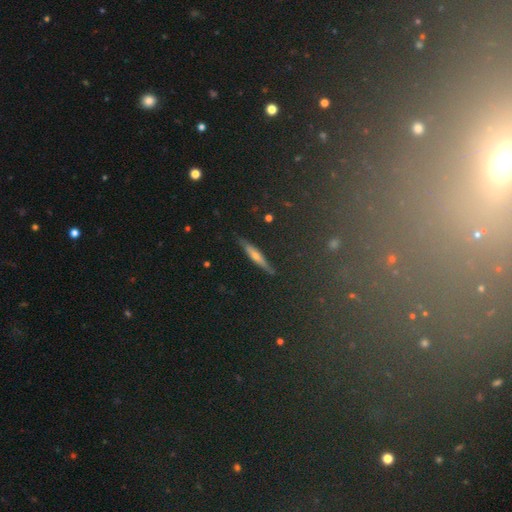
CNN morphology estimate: Q: Smooth or featured?
A: featured or disk (46%); runner-up: smooth (44%)
Q: Merging?
A: none (85%); runner-up: minor disturbance (11%)